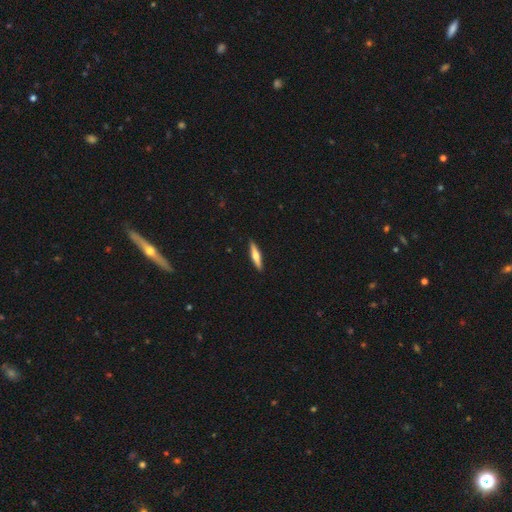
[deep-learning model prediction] This is possibly a featured or disk galaxy (48%). Merging: clearly none (91%).